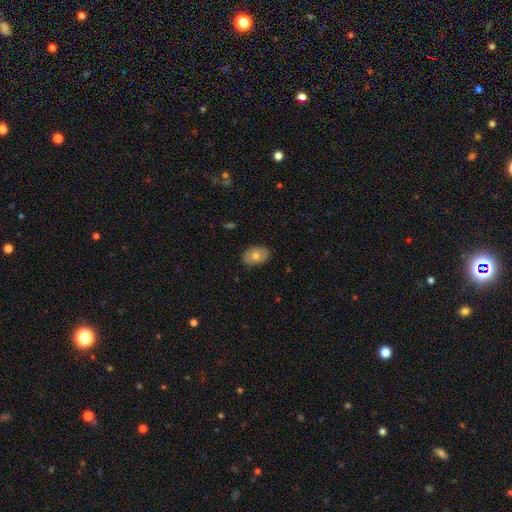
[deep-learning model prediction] Smooth or featured: smooth — 71% (featured or disk — 21%)
How rounded: in between — 81% (round — 17%)
Merging: none — 87% (minor disturbance — 10%)